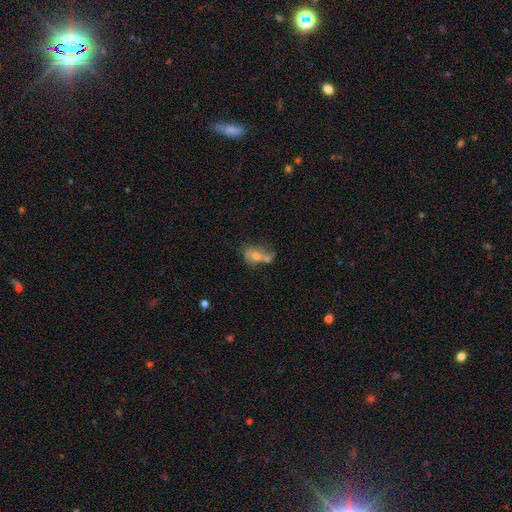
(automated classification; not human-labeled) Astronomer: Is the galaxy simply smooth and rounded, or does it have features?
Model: featured or disk — 46% (runner-up: smooth, 40%).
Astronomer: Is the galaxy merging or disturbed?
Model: merger — 41% (runner-up: none, 29%).